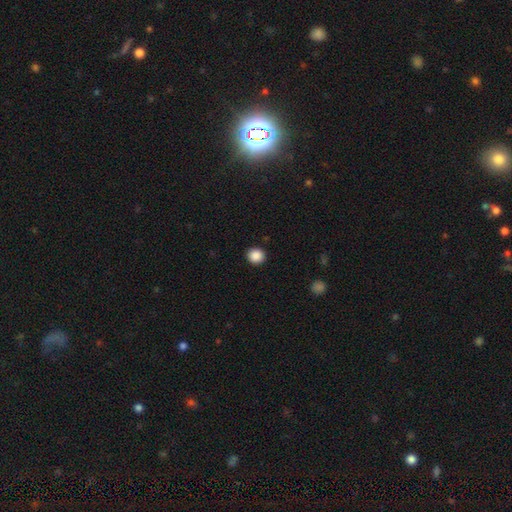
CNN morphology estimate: A smooth galaxy with no disk features (89%) that is round (87%). Merging: none (92%).